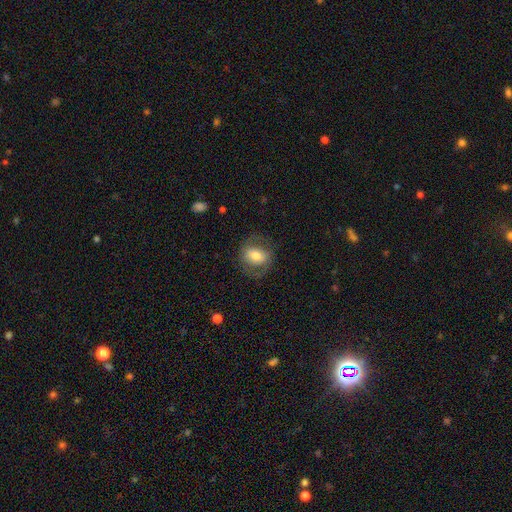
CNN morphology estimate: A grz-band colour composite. It shows a smooth galaxy with no disk features (55%) that is in between round and cigar-shaped (51%). Merging: none (71%).